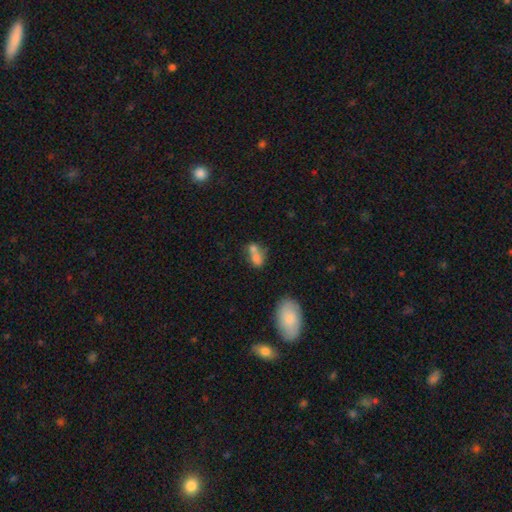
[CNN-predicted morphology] type=smooth (71%); roundness=in between (67%); merging=merger (60%).